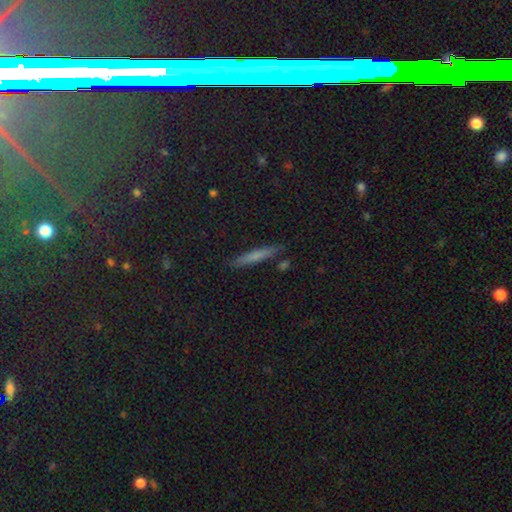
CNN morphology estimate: Overall: smooth (63%; featured or disk 25%). How rounded: cigar-shaped (93%). Merging: none (86%).